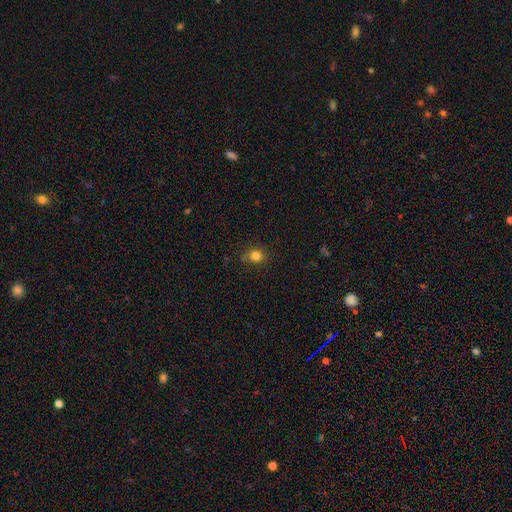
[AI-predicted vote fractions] smooth 81%, star or artifact 14%, featured or disk 5%. Down the decision tree: how rounded — round (81%); merging — none (81%).